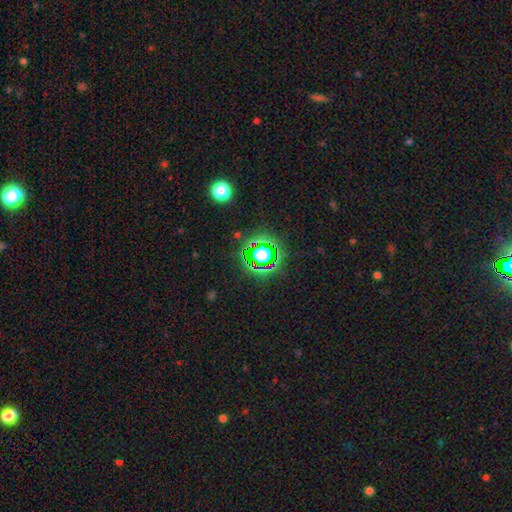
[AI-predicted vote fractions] smooth-or-featured: star or artifact: 79% | smooth: 14% | featured or disk: 7%